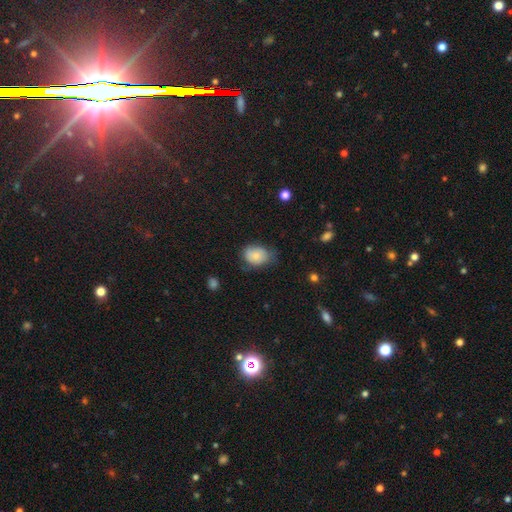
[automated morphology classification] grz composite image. It shows a smooth galaxy with no disk features (77%) that is in between round and cigar-shaped (73%). Merging: none (53%).